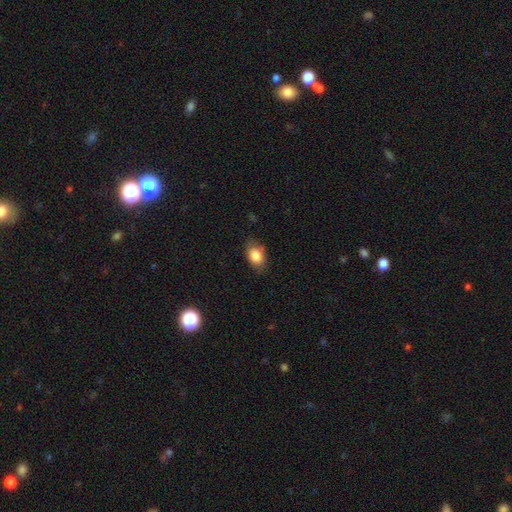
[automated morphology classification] smooth_or_featured: smooth (p=0.84) [alt: star or artifact p=0.08]
how_rounded: in between (p=0.80) [alt: round p=0.18]
merging: none (p=0.75) [alt: minor disturbance p=0.20]